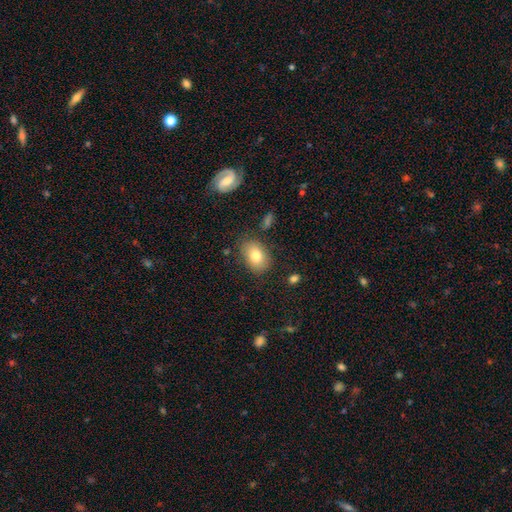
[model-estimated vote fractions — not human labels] smooth_or_featured: smooth (p=0.79) [alt: featured or disk p=0.12]
how_rounded: in between (p=0.78) [alt: round p=0.21]
merging: none (p=0.79) [alt: minor disturbance p=0.15]